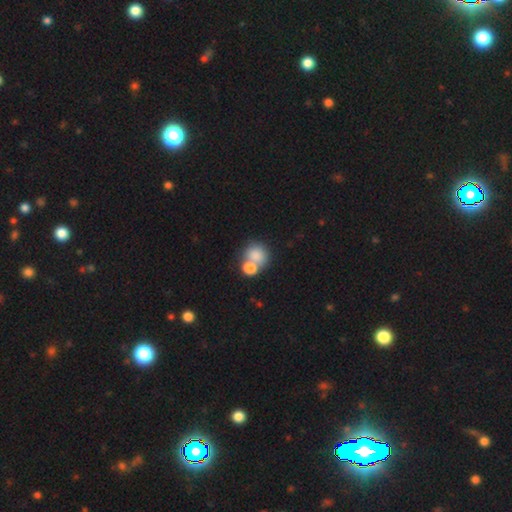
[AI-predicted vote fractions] Smooth or featured: smooth — 79% (featured or disk — 11%)
How rounded: round — 77% (in between — 22%)
Merging: merger — 46% (none — 40%)